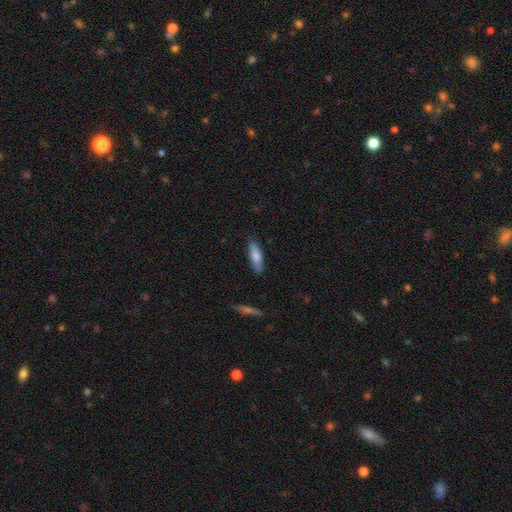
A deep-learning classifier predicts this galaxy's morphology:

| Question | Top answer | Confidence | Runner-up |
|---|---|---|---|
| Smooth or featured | smooth | 77% | featured or disk (17%) |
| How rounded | cigar-shaped | 60% | in between (38%) |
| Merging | none | 84% | minor disturbance (13%) |